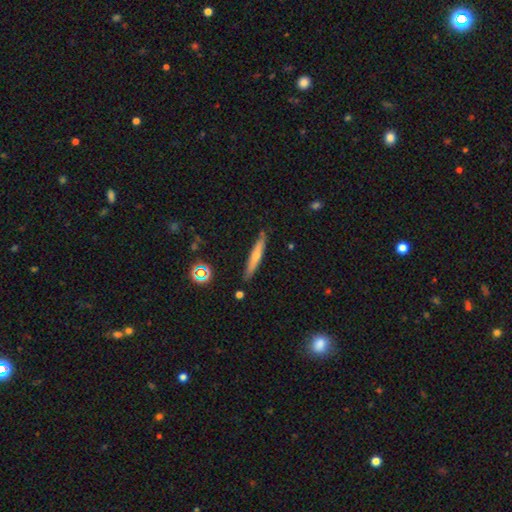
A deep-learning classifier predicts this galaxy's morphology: This appears to be a smooth galaxy with no disk features (46%). Merging: none (87%).